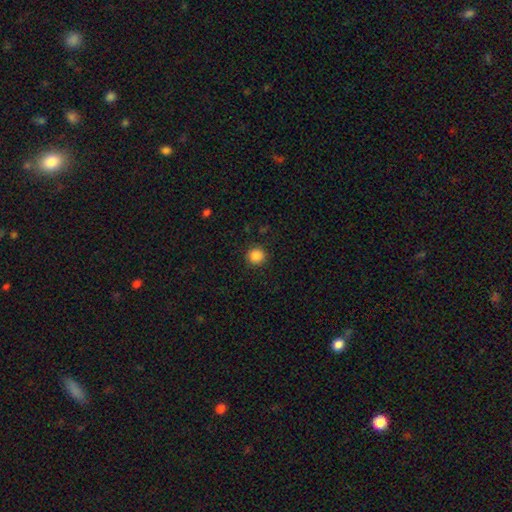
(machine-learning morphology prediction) A smooth galaxy with no disk features (87%) that is round (93%). Merging: none (90%).